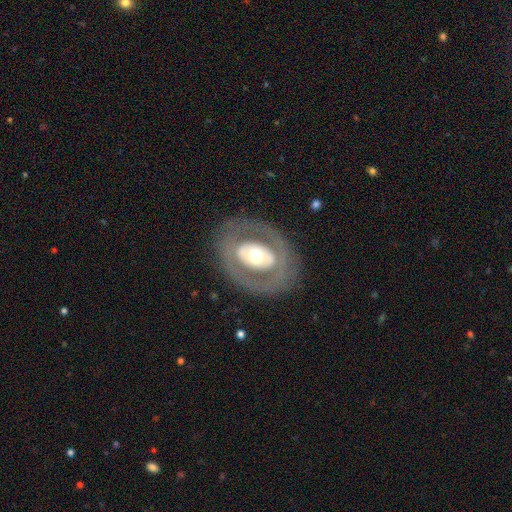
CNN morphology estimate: Q: Smooth or featured?
A: featured or disk (62%); runner-up: smooth (32%)
Q: Edge-on disk?
A: no (93%); runner-up: yes (7%)
Q: Bar?
A: no (74%); runner-up: weak (15%)
Q: Spiral arms?
A: no (86%); runner-up: yes (14%)
Q: Bulge size?
A: moderate (59%); runner-up: large (30%)
Q: Merging?
A: none (79%); runner-up: minor disturbance (11%)